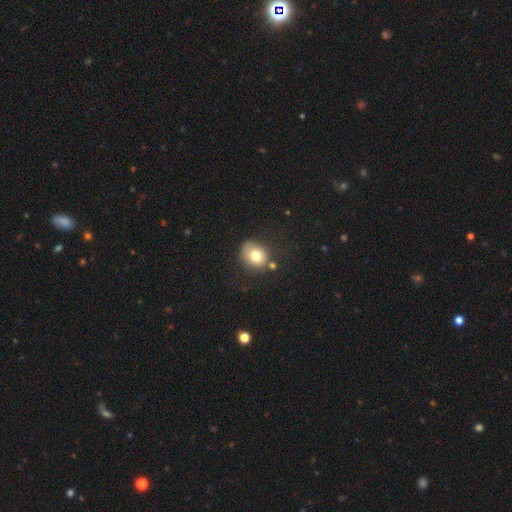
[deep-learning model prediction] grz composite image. It shows a smooth galaxy with no disk features (76%) that is round (63%). Merging: none (64%).